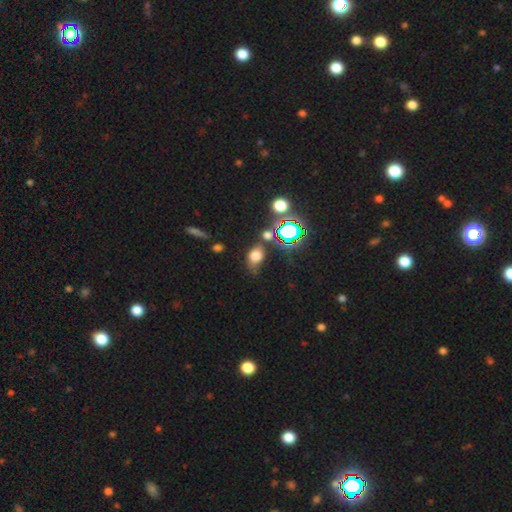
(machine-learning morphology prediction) smooth 65%, star or artifact 23%, featured or disk 12%. Down the decision tree: how rounded — in between (66%); merging — none (58%).